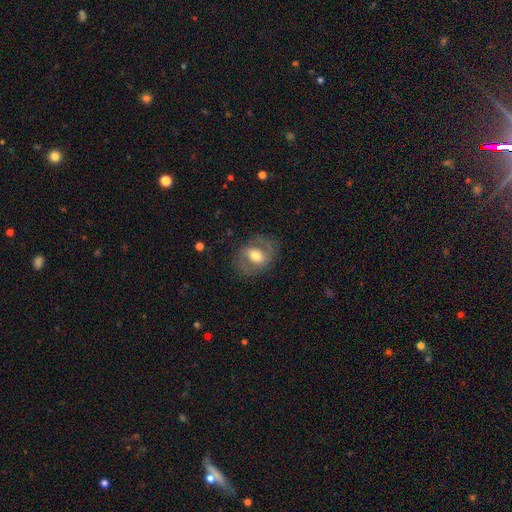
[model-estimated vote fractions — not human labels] Smooth or featured: featured or disk — 56% (smooth — 37%)
Edge-on disk: no — 95% (yes — 5%)
Bar: no — 40% (weak — 39%)
Spiral arms: yes — 65% (no — 35%)
Bulge size: moderate — 65% (large — 20%)
Merging: none — 72% (minor disturbance — 16%)